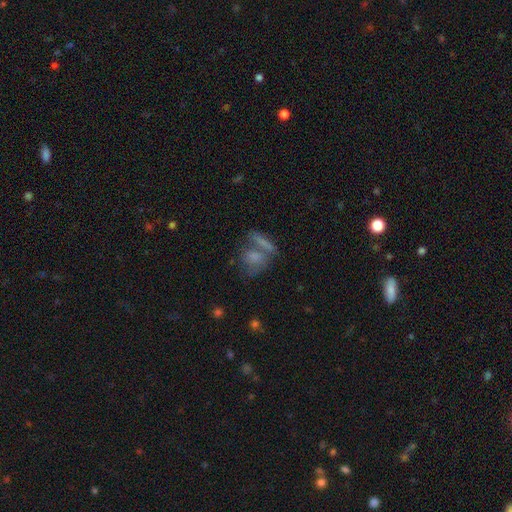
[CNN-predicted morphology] This is likely a smooth galaxy (62%). How rounded: possibly in between (47%). Merging: marginally none (43%).